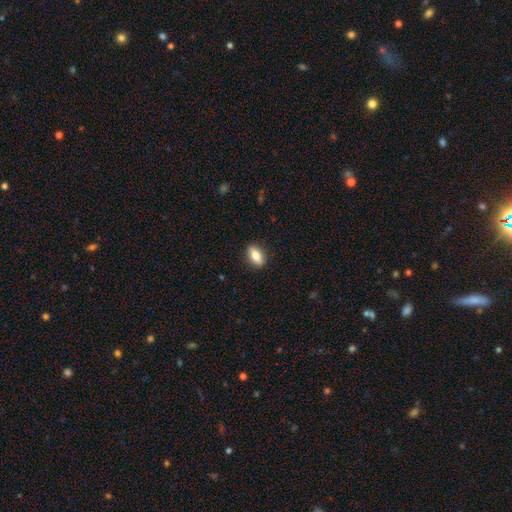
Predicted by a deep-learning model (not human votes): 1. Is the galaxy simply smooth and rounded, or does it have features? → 80% smooth, 13% featured or disk, 7% star or artifact.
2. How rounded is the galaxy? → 83% in between, 9% cigar-shaped, 8% round.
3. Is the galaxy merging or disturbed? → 88% none, 9% minor disturbance, 2% major disturbance, 1% merger.